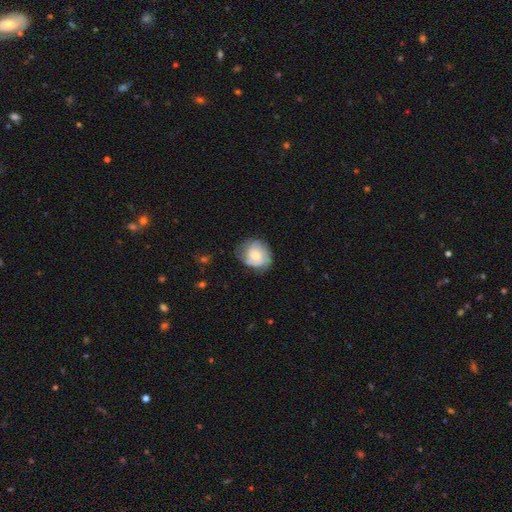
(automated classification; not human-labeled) A smooth galaxy with no disk features (50%).

Vote fractions:
- Smooth or featured? smooth: 50% / featured or disk: 43% / star or artifact: 7%
- Merging? none: 58% / minor disturbance: 30% / major disturbance: 11% / merger: 1%